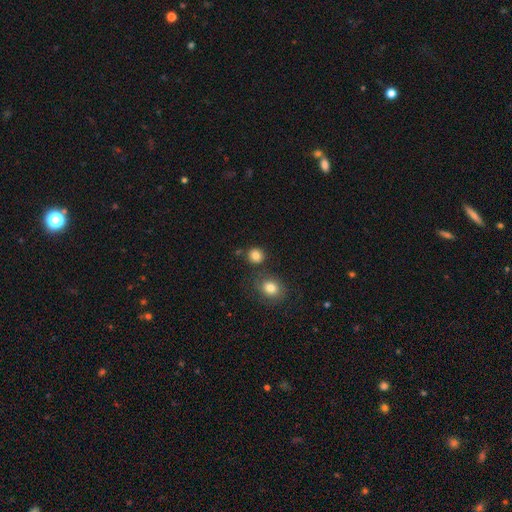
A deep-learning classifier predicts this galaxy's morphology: type=smooth (83%); roundness=round (86%); merging=none (78%).